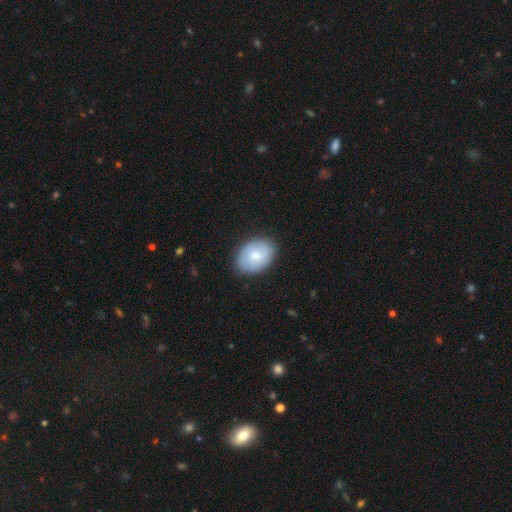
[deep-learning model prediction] smooth-or-featured: smooth: 54% | featured or disk: 40% | star or artifact: 6%
  how-rounded: in between: 72% | round: 27% | cigar-shaped: 1%
  merging: none: 83% | minor disturbance: 12% | major disturbance: 3% | merger: 1%